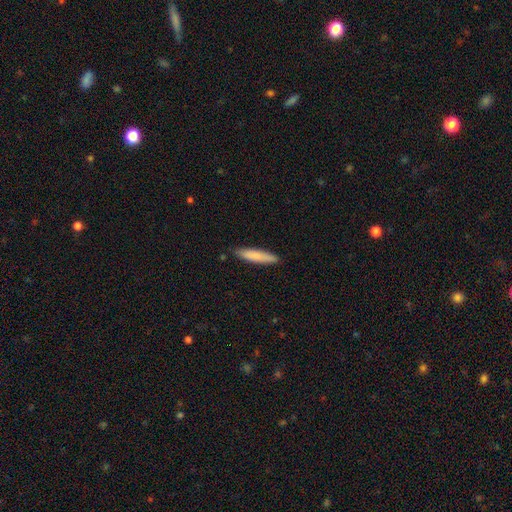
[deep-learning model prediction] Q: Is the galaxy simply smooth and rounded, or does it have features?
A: smooth — 81%.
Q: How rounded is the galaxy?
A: cigar-shaped — 87%.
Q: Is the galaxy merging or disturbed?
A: none — 86%.